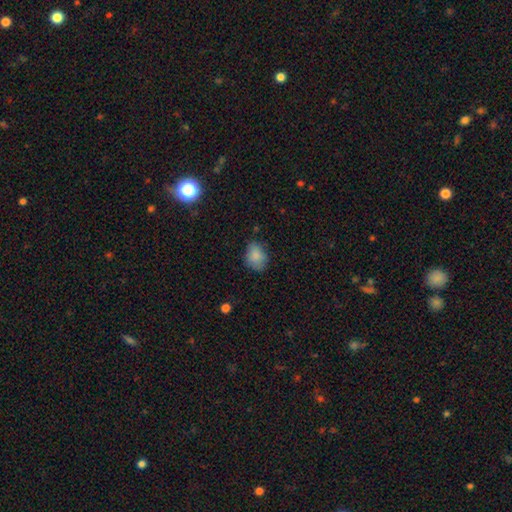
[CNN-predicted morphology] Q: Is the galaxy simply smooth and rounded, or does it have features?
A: smooth — 84%.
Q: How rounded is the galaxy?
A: in between — 64%.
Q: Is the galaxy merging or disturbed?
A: none — 71%.